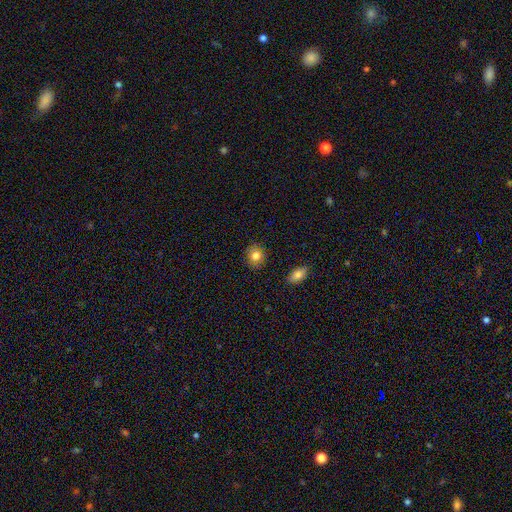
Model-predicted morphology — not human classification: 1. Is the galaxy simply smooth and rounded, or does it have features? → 81% smooth, 9% star or artifact, 9% featured or disk.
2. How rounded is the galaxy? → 65% round, 34% in between, 1% cigar-shaped.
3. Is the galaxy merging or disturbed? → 87% none, 9% minor disturbance, 2% major disturbance, 2% merger.